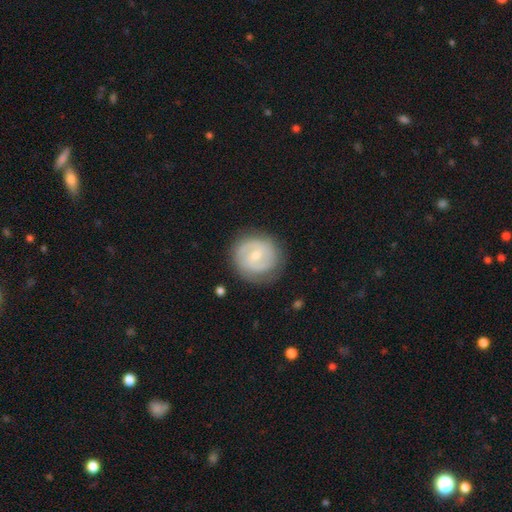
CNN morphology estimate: The model was most divided on "spiral winding": tight: 47%, medium: 39%, loose: 13%. More confident: edge-on disk — no (98%); spiral arms — yes (84%); merging — none (80%); spiral arm count — 2 (73%); smooth or featured — featured or disk (70%); bulge size — small (60%); bar — weak (54%).